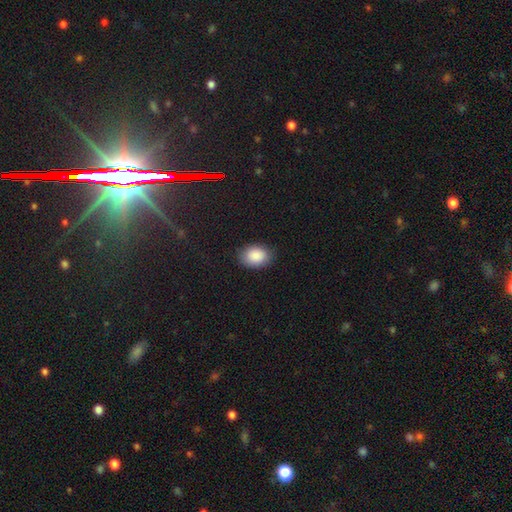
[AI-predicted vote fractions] This appears to be a smooth galaxy with no disk features (88%) that is in between round and cigar-shaped (75%). Merging: none (83%).